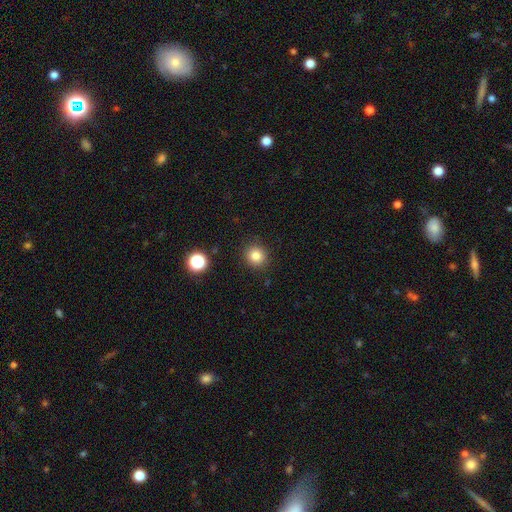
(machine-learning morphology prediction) Smooth or featured?
  - smooth: 82% *
  - star or artifact: 12%
  - featured or disk: 6%
How rounded?
  - round: 91% *
  - in between: 9%
  - cigar-shaped: 1%
Merging?
  - none: 90% *
  - minor disturbance: 7%
  - major disturbance: 2%
  - merger: 1%